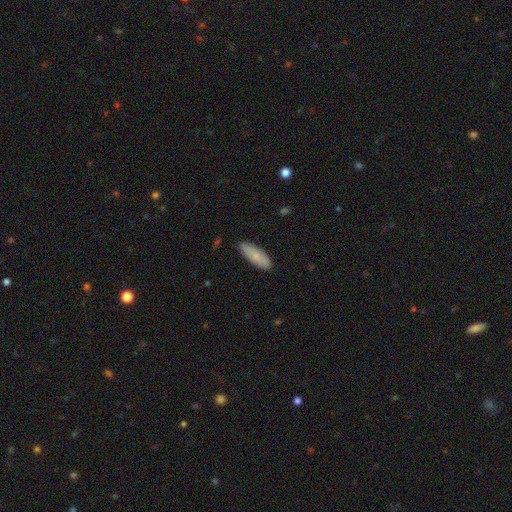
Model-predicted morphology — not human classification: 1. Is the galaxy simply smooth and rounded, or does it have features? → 76% smooth, 18% featured or disk, 6% star or artifact.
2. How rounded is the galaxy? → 62% in between, 36% cigar-shaped, 2% round.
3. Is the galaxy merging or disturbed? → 86% none, 11% minor disturbance, 2% major disturbance, 1% merger.